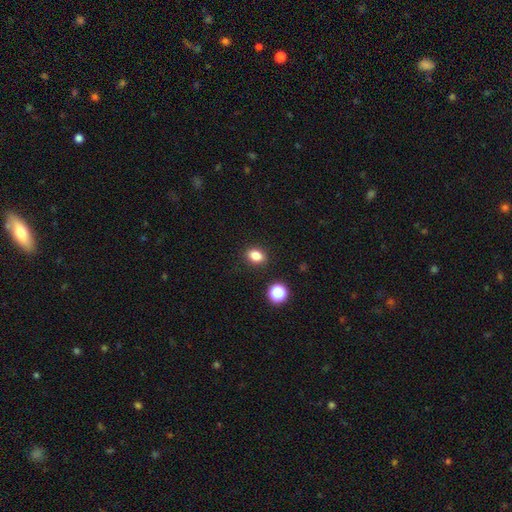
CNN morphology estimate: Smooth or featured? Predicted: smooth (p=0.84). How rounded? Predicted: in between (p=0.72). Merging? Predicted: none (p=0.88).